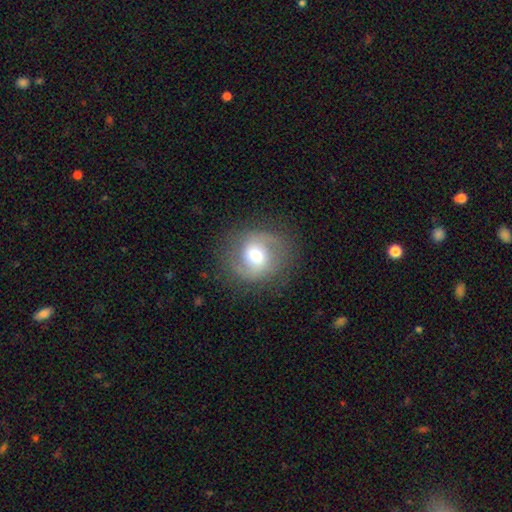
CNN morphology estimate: A featured or disk galaxy (58%) with no bar (49%), spiral arms (81%) and a moderate central bulge (65%). Merging: none (78%).